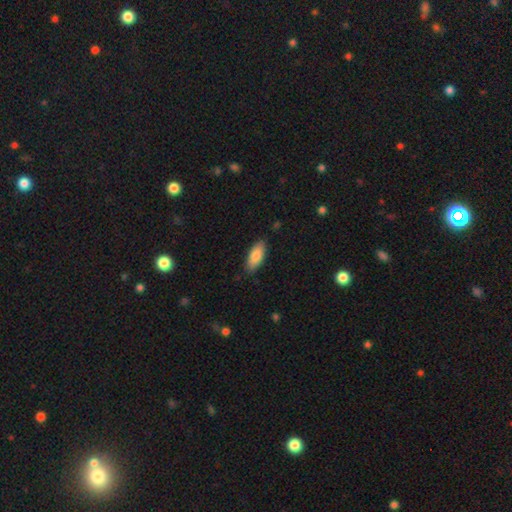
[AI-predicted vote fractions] Smooth or featured?
  - smooth: 84% *
  - featured or disk: 11%
  - star or artifact: 6%
How rounded?
  - in between: 80% *
  - cigar-shaped: 18%
  - round: 2%
Merging?
  - none: 86% *
  - minor disturbance: 11%
  - major disturbance: 2%
  - merger: 1%